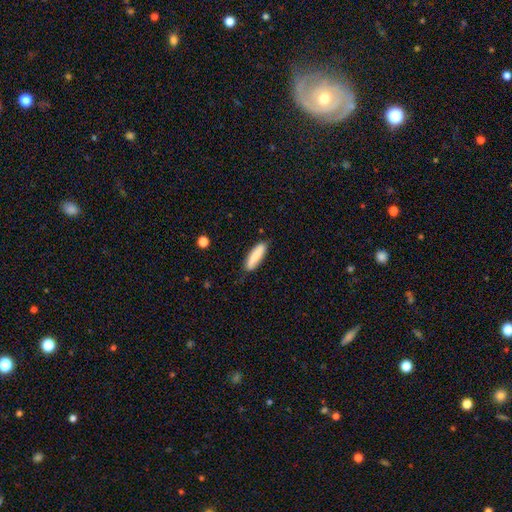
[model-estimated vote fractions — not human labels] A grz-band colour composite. It shows a smooth galaxy with no disk features (75%) that is cigar-shaped (64%). Merging: none (83%).